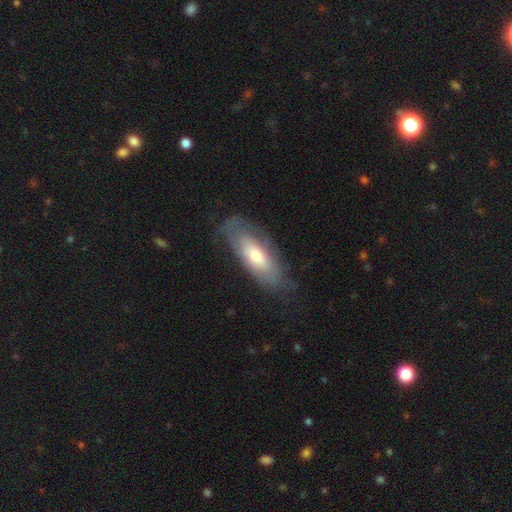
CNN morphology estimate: smooth_or_featured: smooth (p=0.51) [alt: featured or disk p=0.42]
how_rounded: in between (p=0.74) [alt: cigar-shaped p=0.24]
merging: none (p=0.64) [alt: minor disturbance p=0.24]